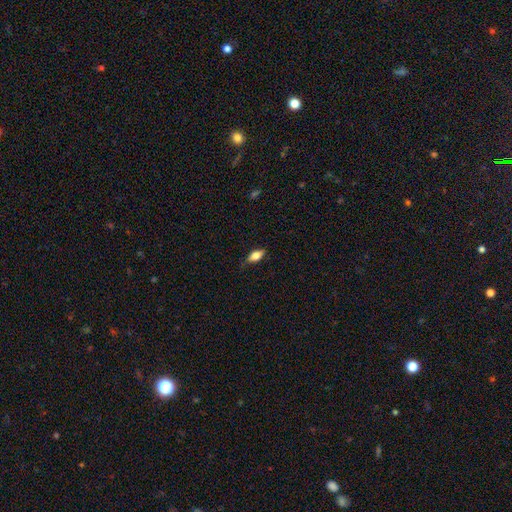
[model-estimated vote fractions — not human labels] smooth_or_featured: smooth (p=0.69) [alt: featured or disk p=0.23]
how_rounded: in between (p=0.82) [alt: cigar-shaped p=0.13]
merging: none (p=0.75) [alt: minor disturbance p=0.20]